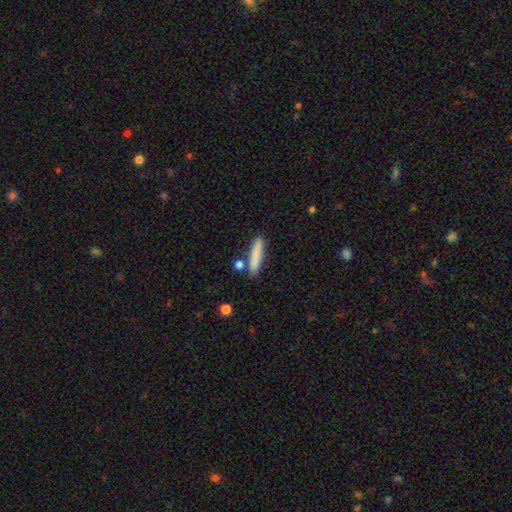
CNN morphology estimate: Q: Smooth or featured?
A: smooth (81%); runner-up: featured or disk (12%)
Q: How rounded?
A: cigar-shaped (87%); runner-up: in between (11%)
Q: Merging?
A: none (79%); runner-up: minor disturbance (11%)